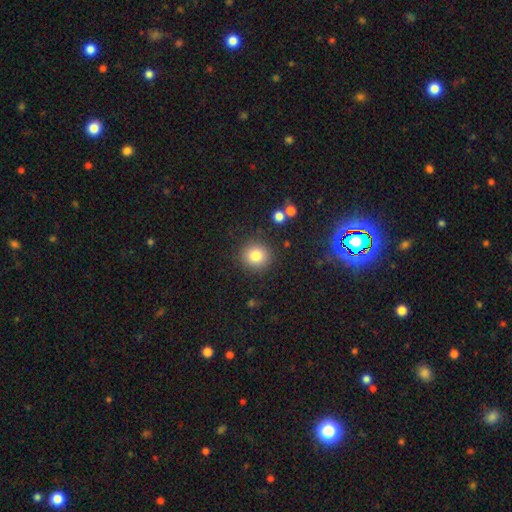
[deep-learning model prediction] This is clearly a smooth galaxy (82%). How rounded: clearly round (91%). Merging: clearly none (88%).